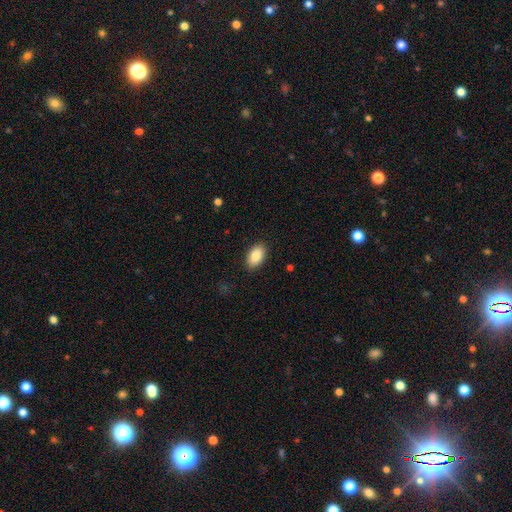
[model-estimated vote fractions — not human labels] This appears to be a smooth galaxy with no disk features (87%) that is in between round and cigar-shaped (92%). Merging: none (88%).